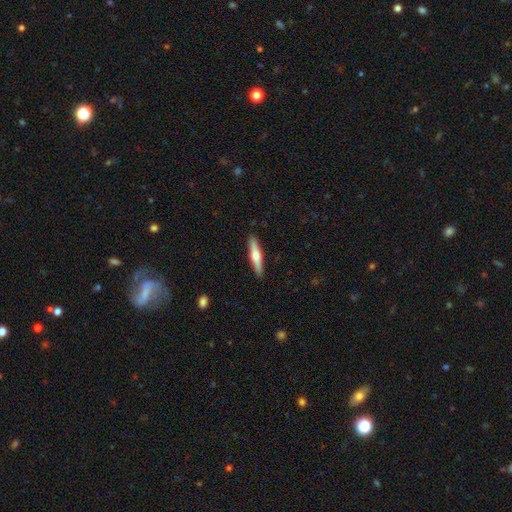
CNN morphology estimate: smooth_or_featured: featured or disk (p=0.49) [alt: smooth p=0.46]
merging: none (p=0.91) [alt: minor disturbance p=0.07]